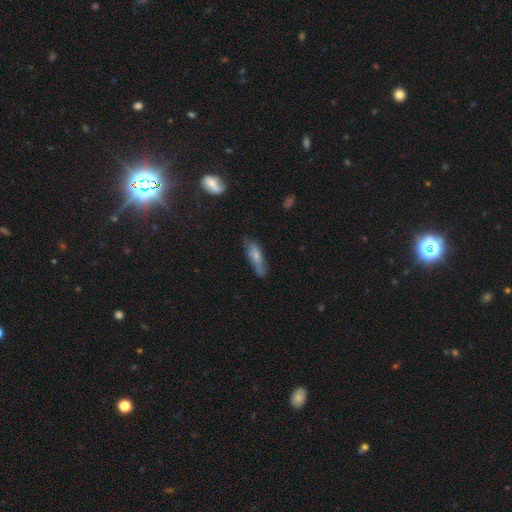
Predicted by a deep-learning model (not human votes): Morphology: type=smooth (64%); roundness=cigar-shaped (59%); merging=none (65%).